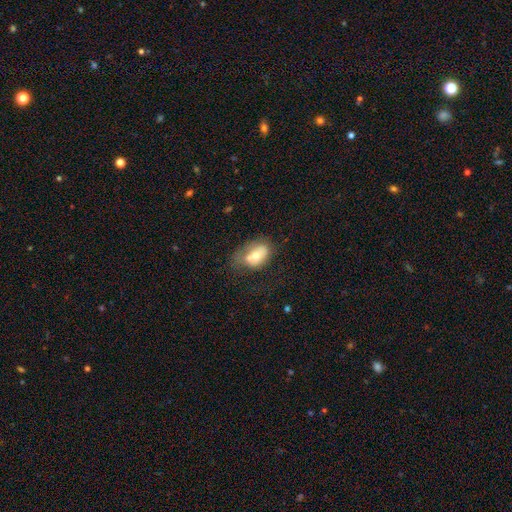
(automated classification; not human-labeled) smooth_or_featured: smooth (p=0.61) [alt: featured or disk p=0.31]
how_rounded: in between (p=0.83) [alt: round p=0.15]
merging: none (p=0.34) [alt: merger p=0.26]